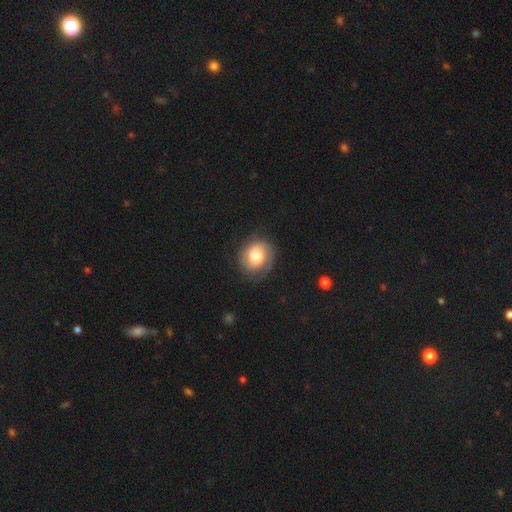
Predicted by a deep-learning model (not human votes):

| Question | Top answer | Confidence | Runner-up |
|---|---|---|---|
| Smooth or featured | featured or disk | 46% | tied: smooth (46%) |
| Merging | none | 71% | minor disturbance (18%) |